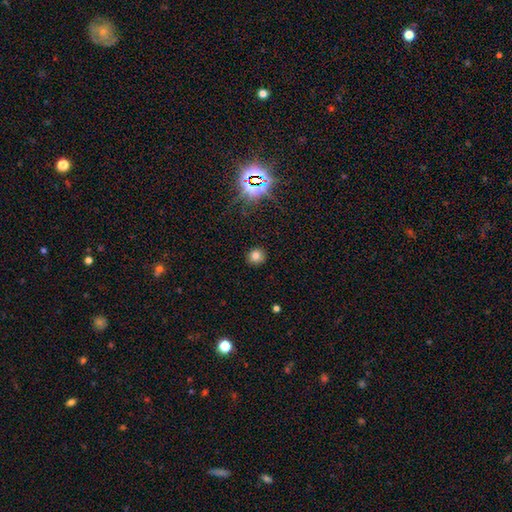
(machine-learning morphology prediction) This appears to be a smooth galaxy with no disk features (76%) that is round (87%). Merging: none (89%).